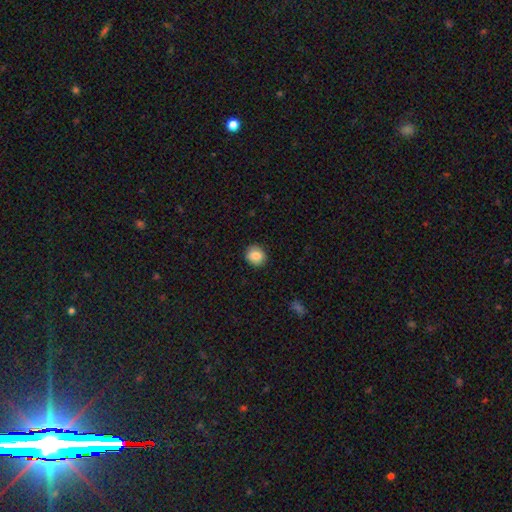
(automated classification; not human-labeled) Smooth or featured: smooth — 85% (star or artifact — 9%)
How rounded: round — 78% (in between — 21%)
Merging: none — 89% (minor disturbance — 8%)